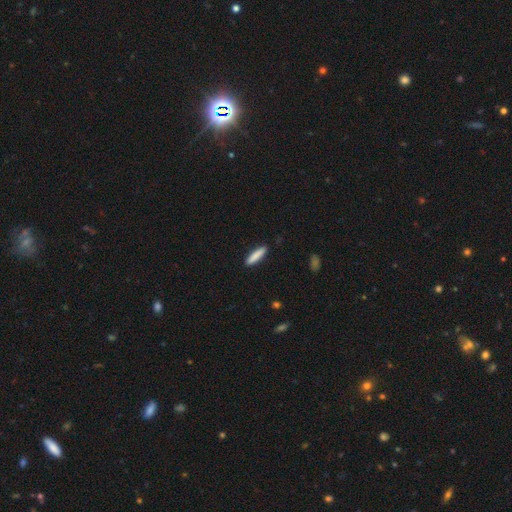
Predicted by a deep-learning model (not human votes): Smooth or featured? smooth (85%)
How rounded? cigar-shaped (85%)
Merging? none (90%)